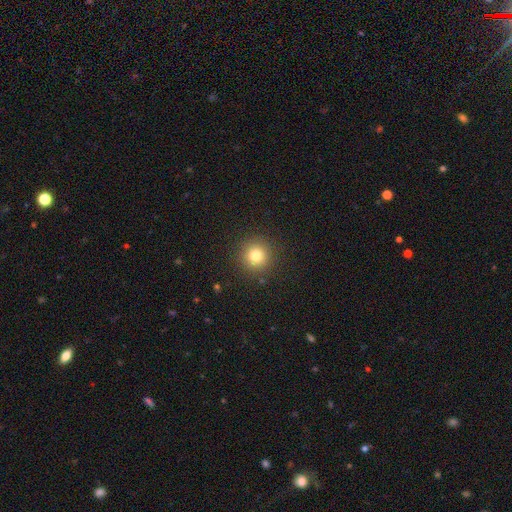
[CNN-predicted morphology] This appears to be a smooth galaxy with no disk features (79%) that is round (95%). Merging: none (91%).